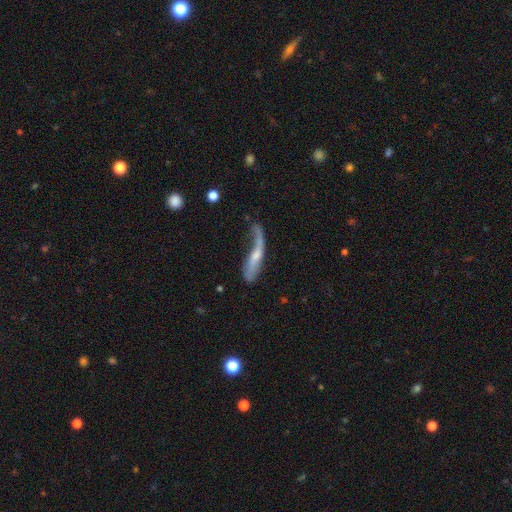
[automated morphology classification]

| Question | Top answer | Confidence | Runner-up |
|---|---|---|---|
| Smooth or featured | featured or disk | 58% | smooth (35%) |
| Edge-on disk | no | 59% | yes (41%) |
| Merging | major disturbance | 36% | none (29%) |